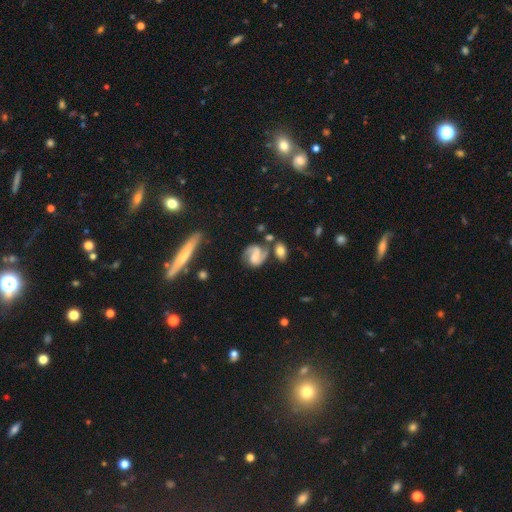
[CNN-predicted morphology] This is likely a featured or disk galaxy (79%). It is clearly not viewed edge-on (97%). Bar: marginally weak (44%). Spiral arm pattern: clearly yes (95%). Spiral arm count: clearly 2 (87%). Spiral winding: possibly medium (52%). Central bulge: marginally moderate (33%). Merging: likely none (63%).